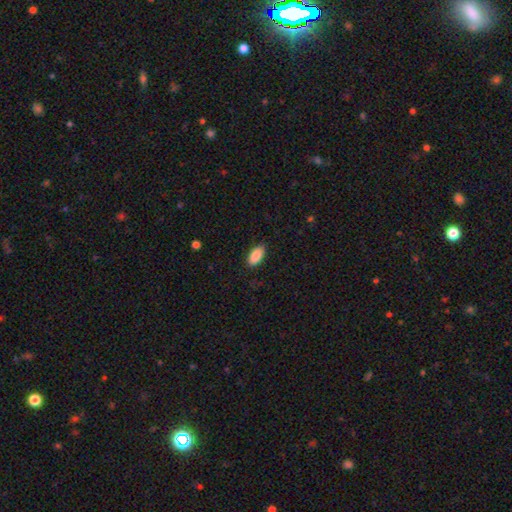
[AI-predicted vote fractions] This is clearly a smooth galaxy (88%). How rounded: clearly in between (90%). Merging: clearly none (86%).